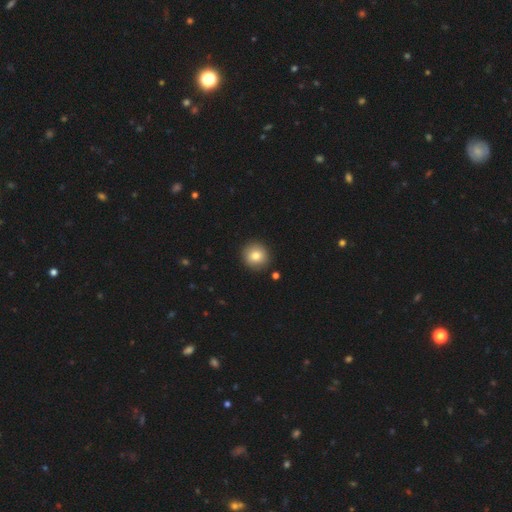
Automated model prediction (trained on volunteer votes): Morphology: type=smooth (81%); roundness=round (94%); merging=none (91%).